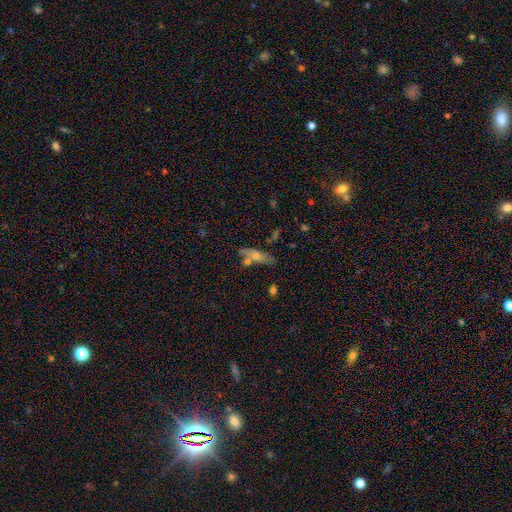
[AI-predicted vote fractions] smooth_or_featured: smooth (p=0.49) [alt: featured or disk p=0.42]
merging: none (p=0.62) [alt: merger p=0.18]